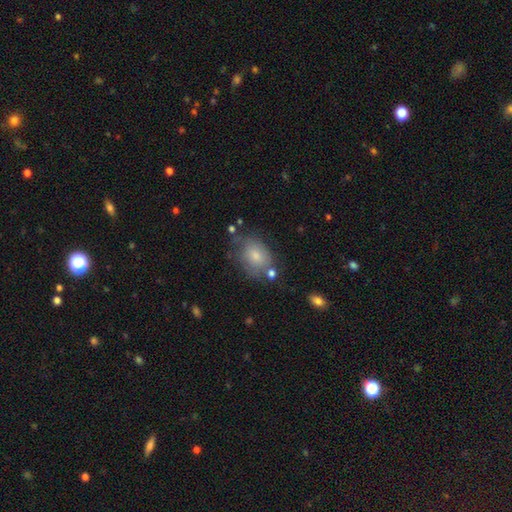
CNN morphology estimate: The model was most divided on "merging": none: 53%, minor disturbance: 26%, major disturbance: 12%, merger: 9%. More confident: smooth or featured — smooth (73%); how rounded — in between (67%).